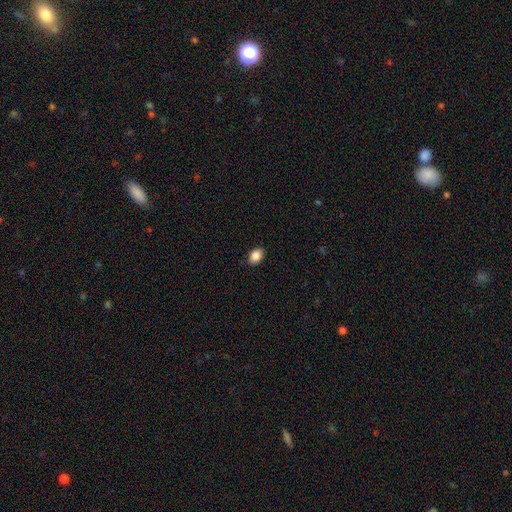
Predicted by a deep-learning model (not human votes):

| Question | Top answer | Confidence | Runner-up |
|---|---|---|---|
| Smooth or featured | smooth | 88% | star or artifact (8%) |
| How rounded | in between | 77% | round (22%) |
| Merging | none | 88% | minor disturbance (9%) |